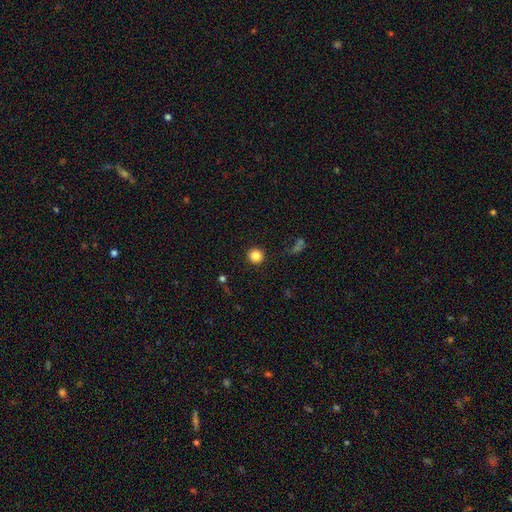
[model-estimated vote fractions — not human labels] Morphology: type=smooth (84%); roundness=round (95%); merging=none (92%).